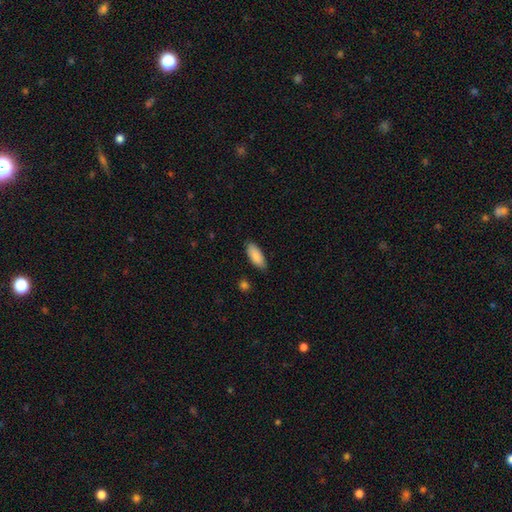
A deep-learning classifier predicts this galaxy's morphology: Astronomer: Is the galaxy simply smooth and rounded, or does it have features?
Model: smooth — 88%.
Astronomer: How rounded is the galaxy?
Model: in between — 84%.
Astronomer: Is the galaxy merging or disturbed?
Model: none — 84%.